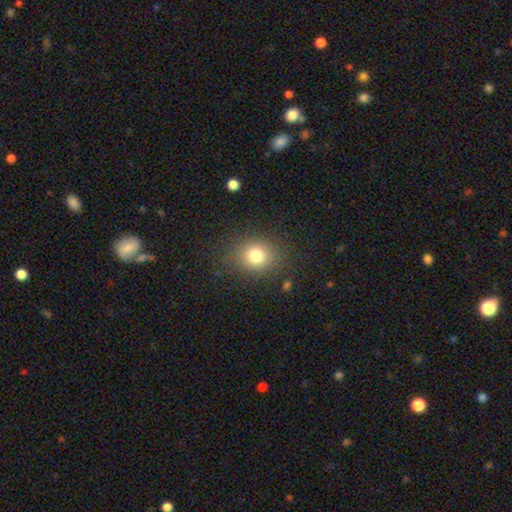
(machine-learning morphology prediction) Smooth or featured: smooth — 78% (star or artifact — 13%)
How rounded: round — 70% (in between — 29%)
Merging: none — 84% (minor disturbance — 10%)